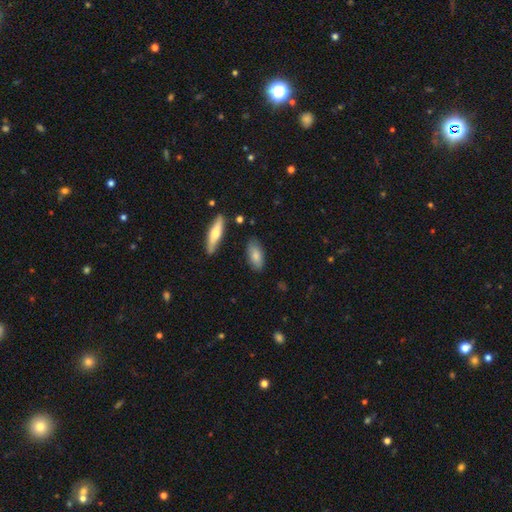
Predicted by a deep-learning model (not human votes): This is likely a smooth galaxy (77%). How rounded: clearly in between (82%). Merging: clearly none (80%).